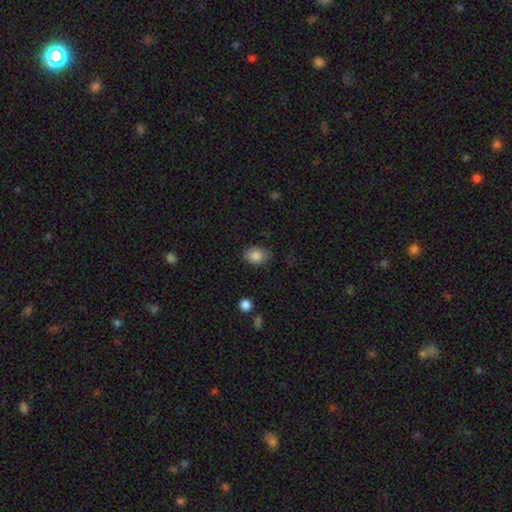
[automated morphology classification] Q: Smooth or featured?
A: smooth (86%); runner-up: star or artifact (8%)
Q: How rounded?
A: in between (76%); runner-up: round (23%)
Q: Merging?
A: none (80%); runner-up: minor disturbance (15%)